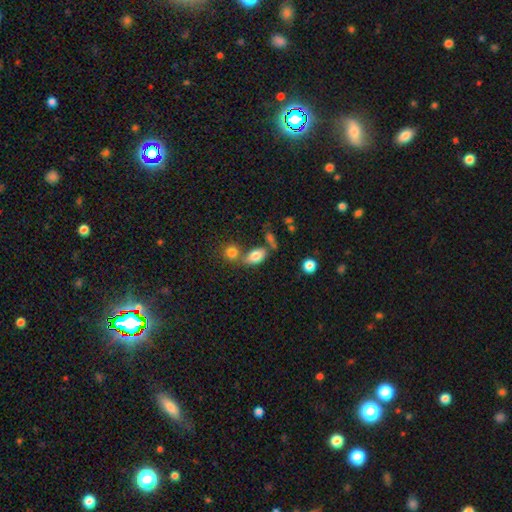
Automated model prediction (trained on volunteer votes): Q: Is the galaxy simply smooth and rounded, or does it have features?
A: smooth — 80%.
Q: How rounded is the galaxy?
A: in between — 86%.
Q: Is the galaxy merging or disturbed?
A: none — 48%.